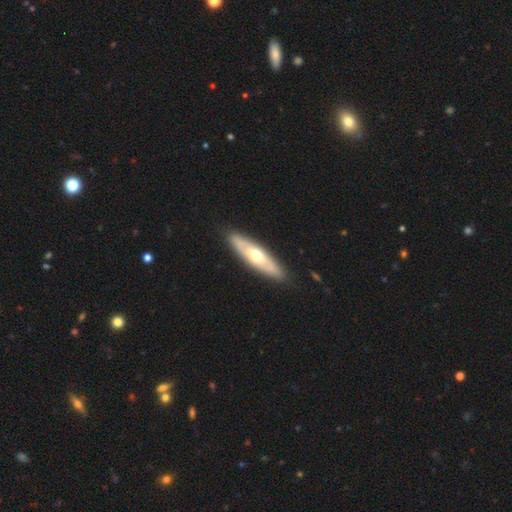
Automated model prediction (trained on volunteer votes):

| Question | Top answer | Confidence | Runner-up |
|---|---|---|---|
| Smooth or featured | featured or disk | 56% | smooth (40%) |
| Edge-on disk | yes | 51% | no (49%) |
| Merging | none | 87% | minor disturbance (9%) |